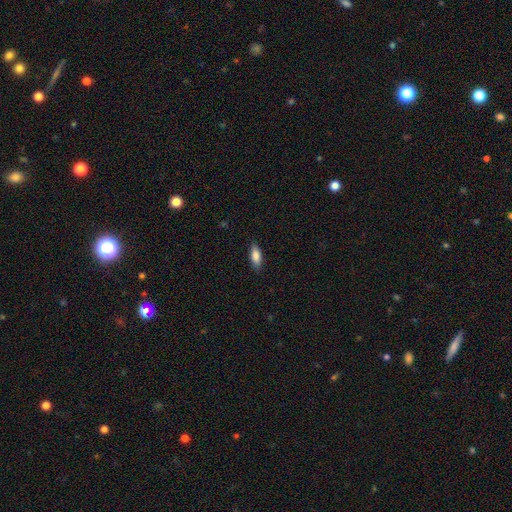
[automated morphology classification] This appears to be a smooth galaxy with no disk features (84%) that is in between round and cigar-shaped (72%). Merging: none (85%).